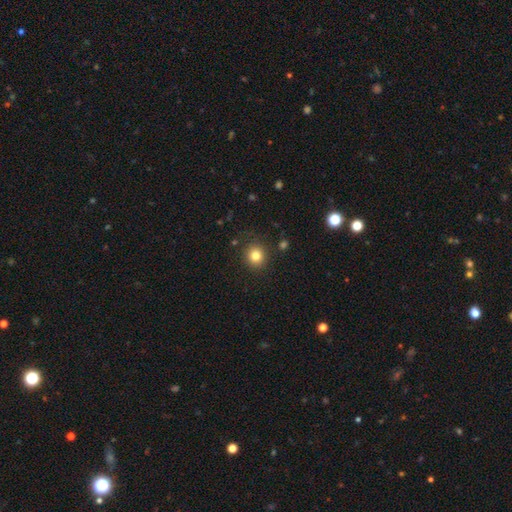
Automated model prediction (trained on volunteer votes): Smooth or featured? Predicted: smooth (p=0.81). How rounded? Predicted: round (p=0.89). Merging? Predicted: none (p=0.88).